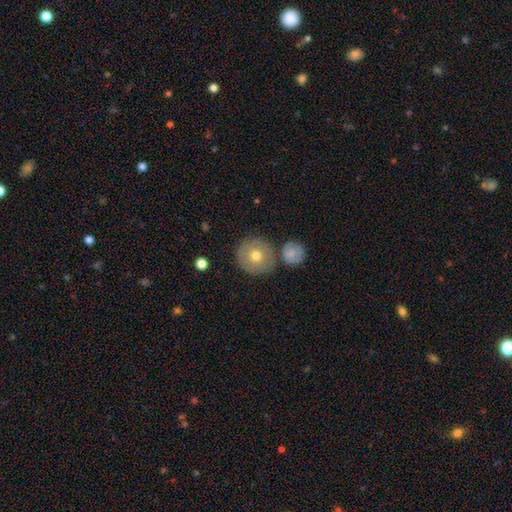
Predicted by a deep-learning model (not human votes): smooth_or_featured: smooth (p=0.63) [alt: featured or disk p=0.27]
how_rounded: round (p=0.93) [alt: in between p=0.06]
merging: none (p=0.78) [alt: merger p=0.10]